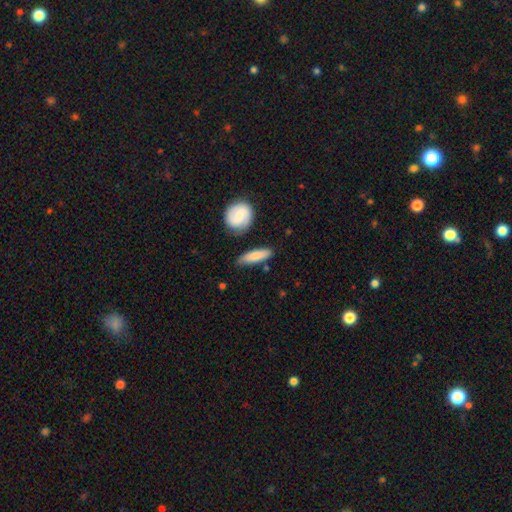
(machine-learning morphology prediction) smooth_or_featured: smooth (p=0.73) [alt: featured or disk p=0.22]
how_rounded: cigar-shaped (p=0.62) [alt: in between p=0.35]
merging: none (p=0.76) [alt: minor disturbance p=0.16]